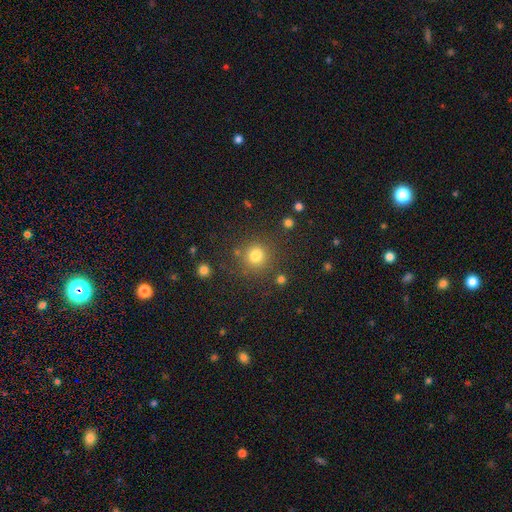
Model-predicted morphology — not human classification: This is likely a smooth galaxy (80%). How rounded: clearly round (89%). Merging: clearly none (81%).